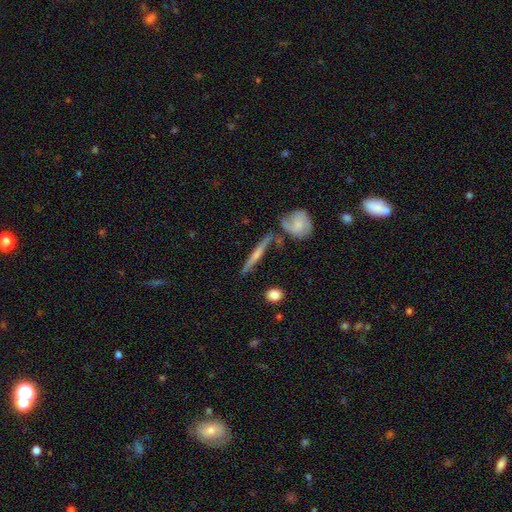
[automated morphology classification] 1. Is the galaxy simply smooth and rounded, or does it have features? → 66% featured or disk, 25% smooth, 9% star or artifact.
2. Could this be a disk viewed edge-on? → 93% yes, 7% no.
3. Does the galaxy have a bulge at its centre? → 65% rounded, 27% none, 8% boxy.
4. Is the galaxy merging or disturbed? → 76% none, 12% minor disturbance, 9% merger, 4% major disturbance.